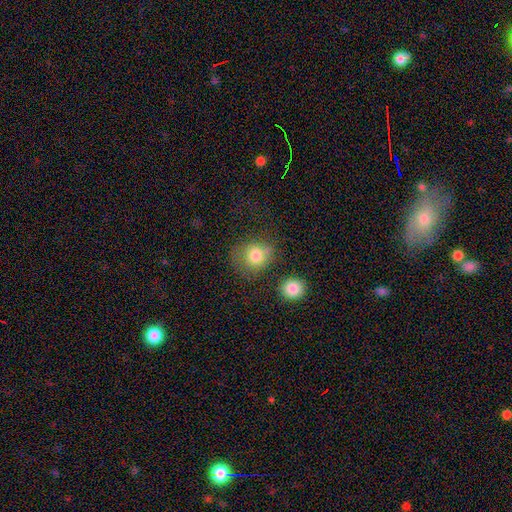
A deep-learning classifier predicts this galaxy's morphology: Smooth or featured? Predicted: smooth (p=0.79). How rounded? Predicted: round (p=0.73). Merging? Predicted: none (p=0.52).